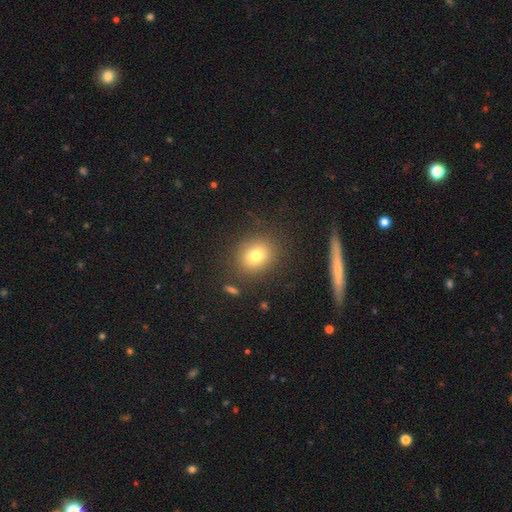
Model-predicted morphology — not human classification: Smooth or featured?
  - smooth: 76% *
  - star or artifact: 13%
  - featured or disk: 10%
How rounded?
  - round: 74% *
  - in between: 25%
  - cigar-shaped: 1%
Merging?
  - none: 85% *
  - minor disturbance: 9%
  - major disturbance: 4%
  - merger: 2%